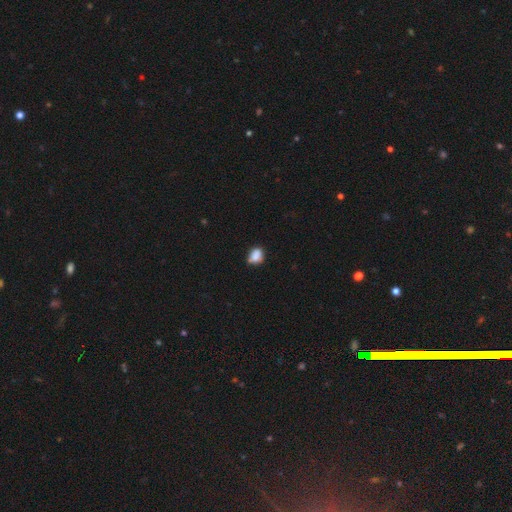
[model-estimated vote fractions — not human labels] Morphology: type=smooth (81%); roundness=in between (56%); merging=none (52%).